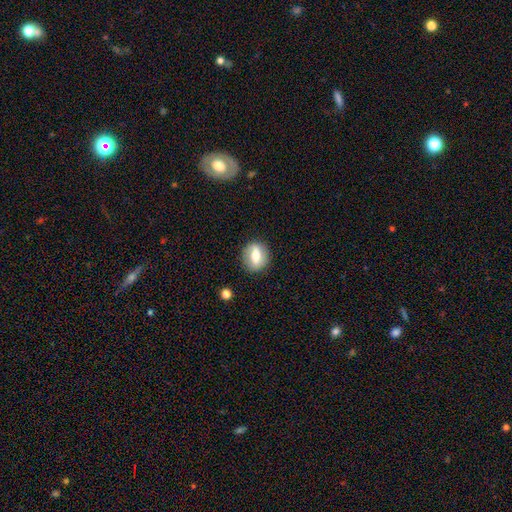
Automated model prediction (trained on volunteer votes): Smooth or featured?
  - smooth: 54% *
  - featured or disk: 38%
  - star or artifact: 8%
How rounded?
  - round: 61% *
  - in between: 36%
  - cigar-shaped: 3%
Merging?
  - none: 86% *
  - minor disturbance: 9%
  - major disturbance: 3%
  - merger: 1%